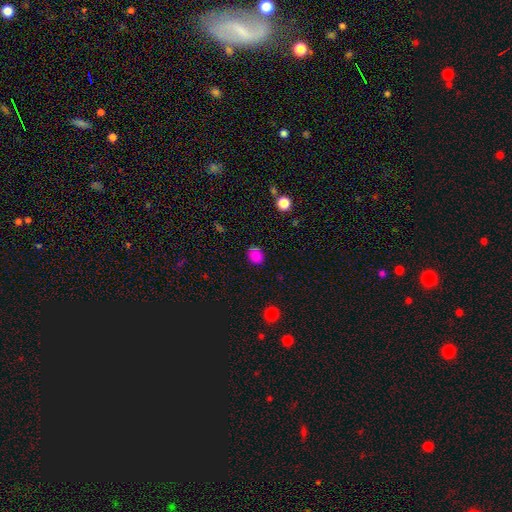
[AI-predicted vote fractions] A smooth galaxy with no disk features (81%) that is round (58%). Merging: none (78%).